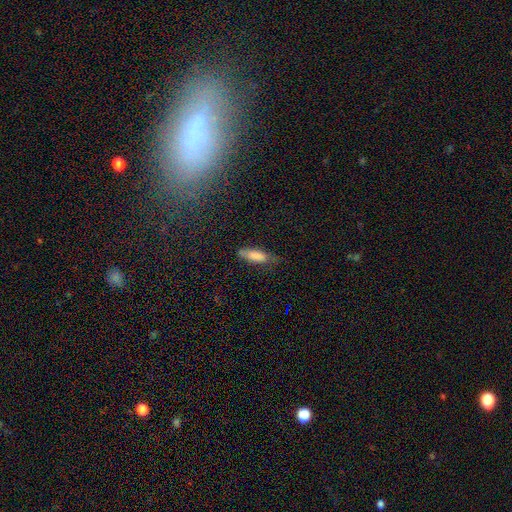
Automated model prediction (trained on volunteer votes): Morphology: type=smooth (79%); roundness=in between (55%); merging=none (55%).